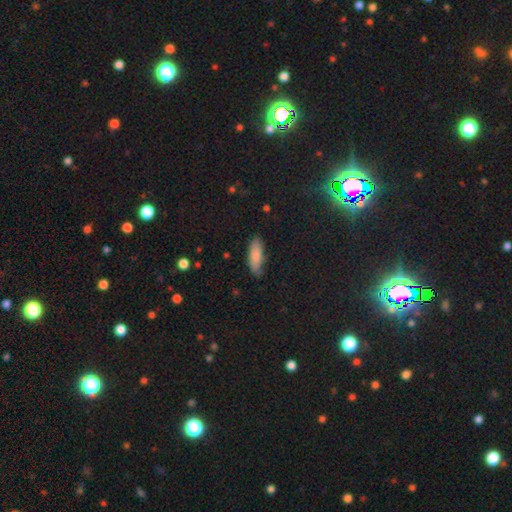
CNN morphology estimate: type=smooth (82%); roundness=in between (64%); merging=none (74%).